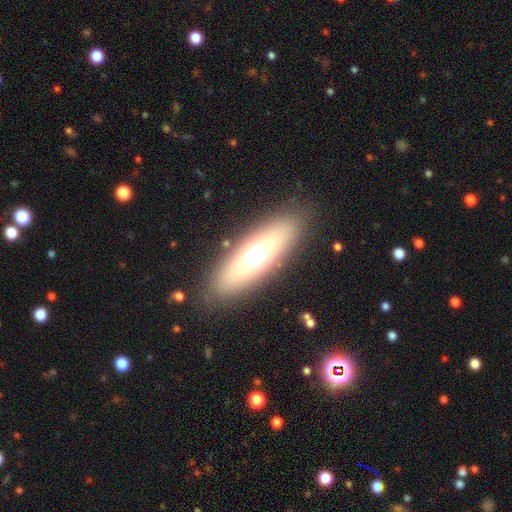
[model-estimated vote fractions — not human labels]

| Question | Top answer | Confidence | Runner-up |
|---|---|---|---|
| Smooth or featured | smooth | 55% | featured or disk (34%) |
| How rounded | in between | 57% | cigar-shaped (39%) |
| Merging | none | 86% | minor disturbance (9%) |